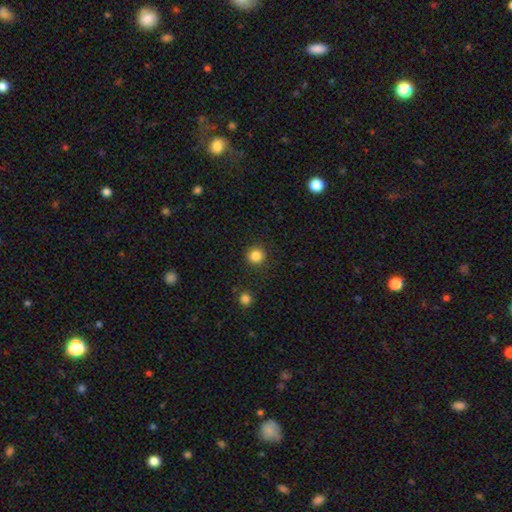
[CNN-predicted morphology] Smooth or featured: smooth — 85% (star or artifact — 11%)
How rounded: round — 93% (in between — 6%)
Merging: none — 90% (minor disturbance — 6%)